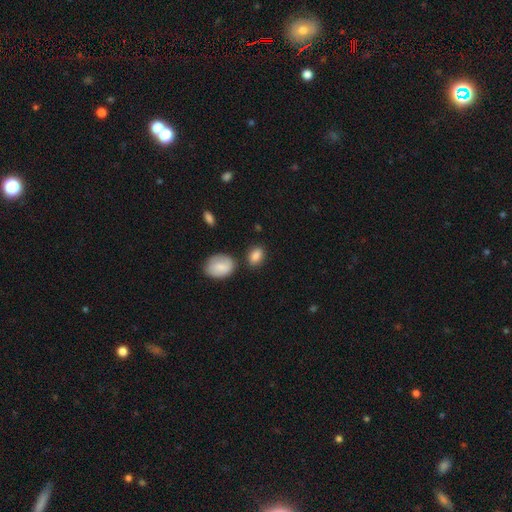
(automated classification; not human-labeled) This is clearly a smooth galaxy (86%). How rounded: clearly in between (82%). Merging: likely none (73%).